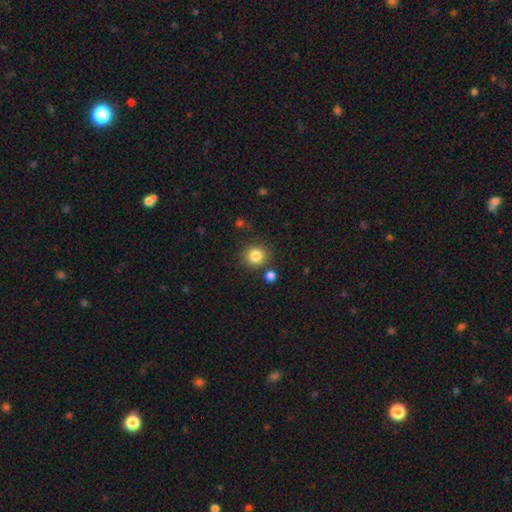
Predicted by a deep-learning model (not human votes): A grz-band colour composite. It shows a smooth galaxy with no disk features (84%) that is round (92%). Merging: none (83%).